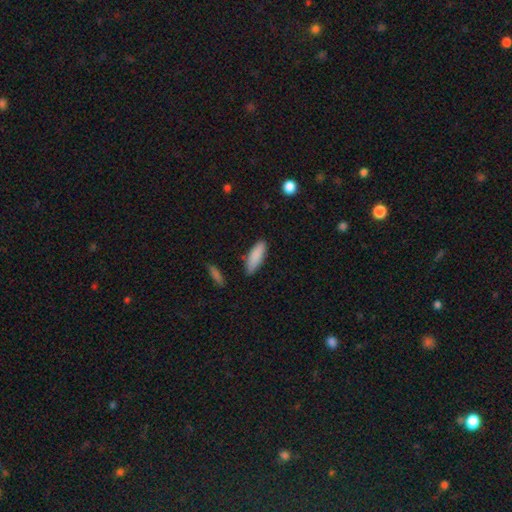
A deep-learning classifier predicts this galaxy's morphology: A smooth galaxy with no disk features (87%) that is in between round and cigar-shaped (60%). Merging: none (82%).